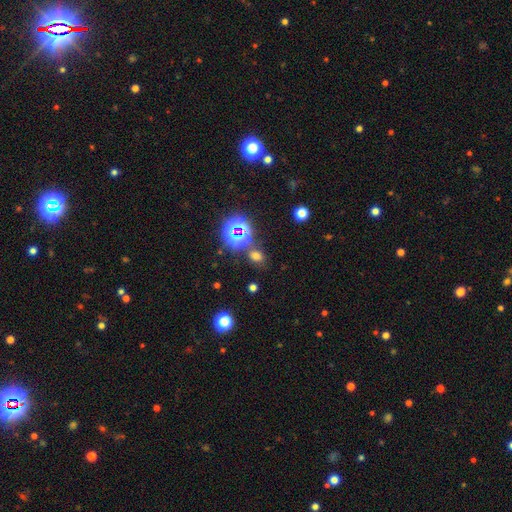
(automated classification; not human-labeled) Smooth or featured? smooth (57%)
How rounded? in between (57%)
Merging? none (74%)